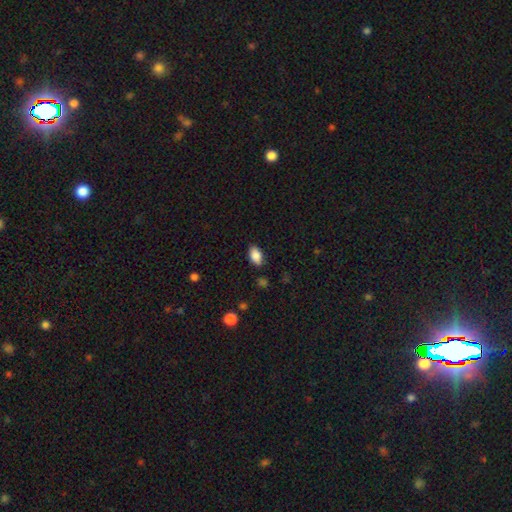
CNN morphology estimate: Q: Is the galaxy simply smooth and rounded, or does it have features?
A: smooth — 87%.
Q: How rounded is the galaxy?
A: in between — 92%.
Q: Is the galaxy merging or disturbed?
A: none — 85%.